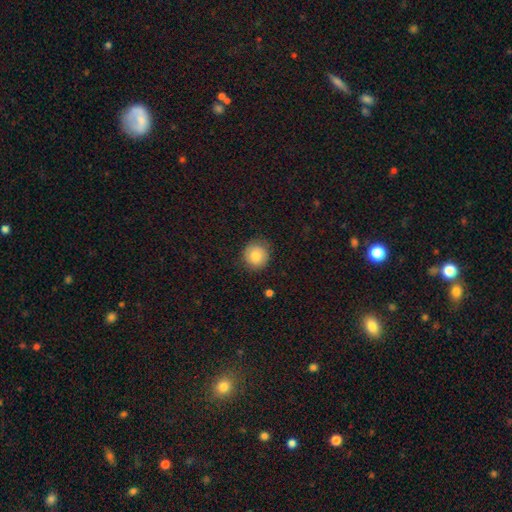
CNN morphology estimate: smooth 80%, featured or disk 11%, star or artifact 9%. Down the decision tree: how rounded — round (90%); merging — none (84%).